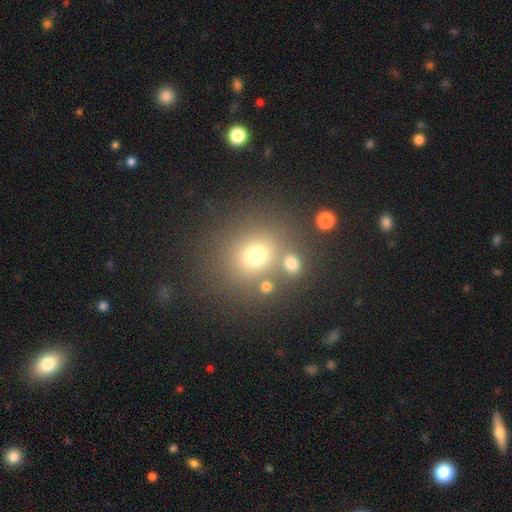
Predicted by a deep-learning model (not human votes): smooth_or_featured: smooth (p=0.69) [alt: star or artifact p=0.19]
how_rounded: round (p=0.79) [alt: in between p=0.20]
merging: none (p=0.66) [alt: merger p=0.19]